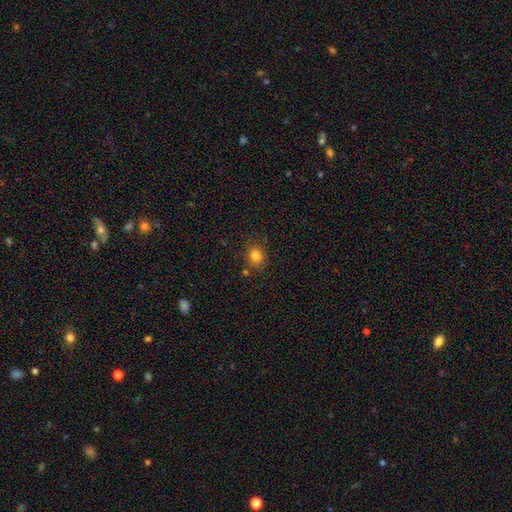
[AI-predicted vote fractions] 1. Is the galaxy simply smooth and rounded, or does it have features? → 82% smooth, 12% star or artifact, 6% featured or disk.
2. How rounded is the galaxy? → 69% round, 31% in between, 1% cigar-shaped.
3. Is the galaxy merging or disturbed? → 79% none, 12% minor disturbance, 6% merger, 3% major disturbance.